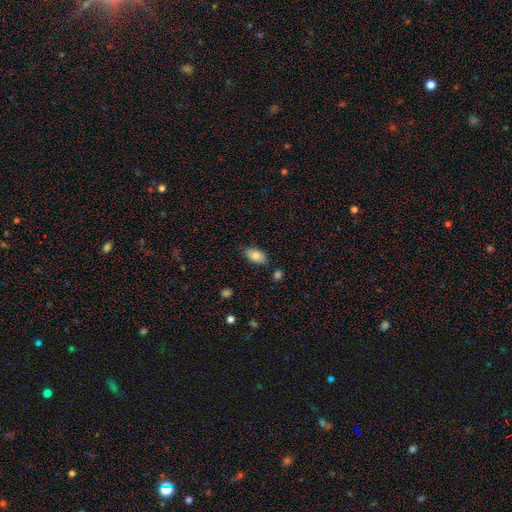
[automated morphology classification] Smooth or featured: smooth — 82% (featured or disk — 10%)
How rounded: in between — 92% (round — 4%)
Merging: none — 78% (minor disturbance — 15%)